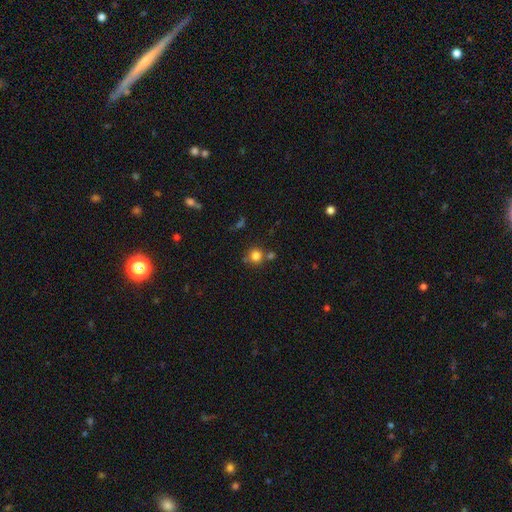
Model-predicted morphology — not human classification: smooth 81%, star or artifact 13%, featured or disk 7%. Down the decision tree: how rounded — round (92%); merging — none (71%).